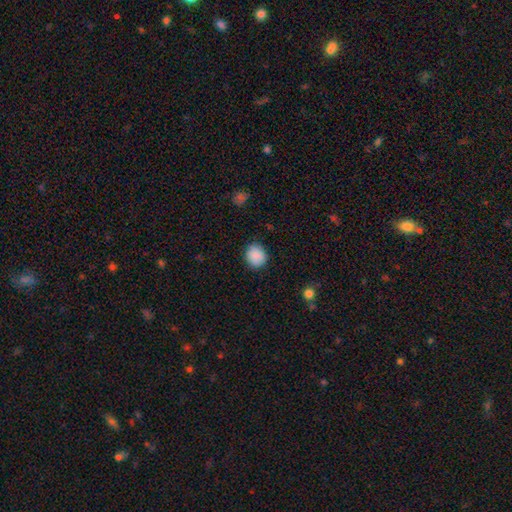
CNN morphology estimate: This is clearly a smooth galaxy (89%). How rounded: likely round (76%). Merging: clearly none (85%).